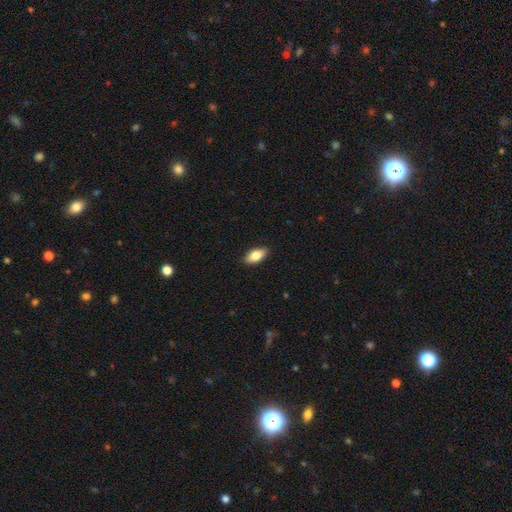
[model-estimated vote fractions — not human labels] Smooth or featured: smooth — 82% (featured or disk — 12%)
How rounded: in between — 91% (cigar-shaped — 6%)
Merging: none — 89% (minor disturbance — 8%)